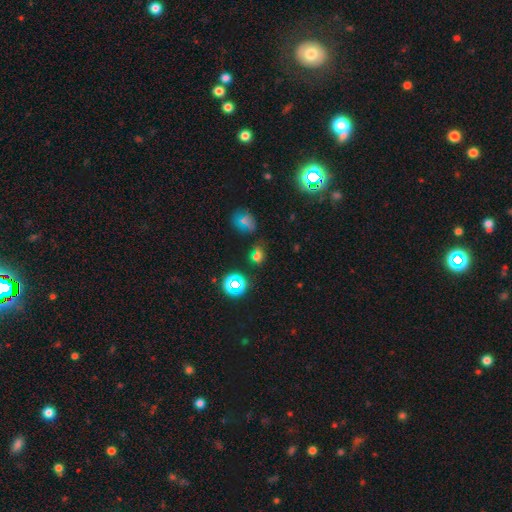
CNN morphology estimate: Smooth or featured?
  - smooth: 52% *
  - star or artifact: 39%
  - featured or disk: 9%
How rounded?
  - round: 53% *
  - in between: 45%
  - cigar-shaped: 2%
Merging?
  - none: 67% *
  - minor disturbance: 16%
  - merger: 11%
  - major disturbance: 7%